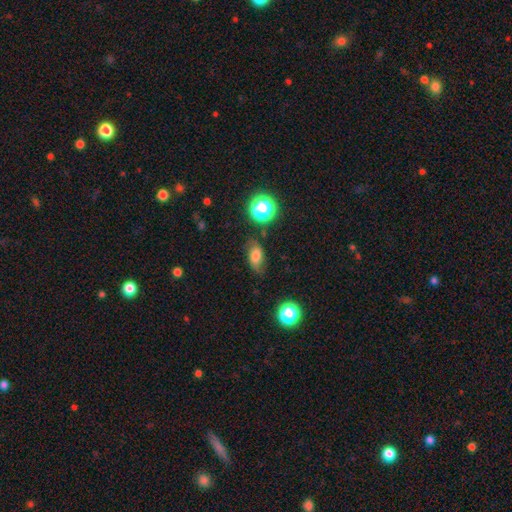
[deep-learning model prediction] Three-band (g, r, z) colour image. It shows a smooth galaxy with no disk features (68%) that is in between round and cigar-shaped (81%). Merging: none (67%).